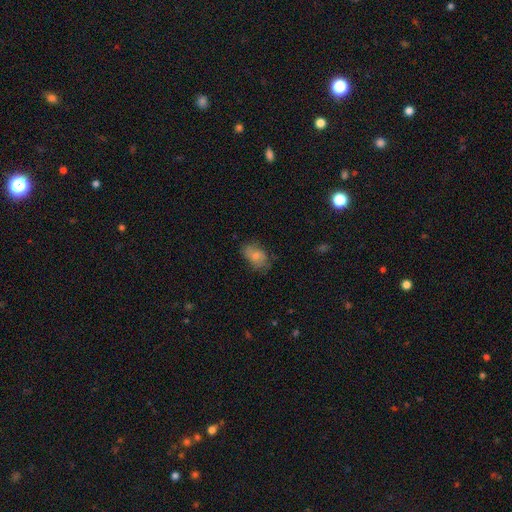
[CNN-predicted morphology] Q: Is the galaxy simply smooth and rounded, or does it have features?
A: smooth — 72%.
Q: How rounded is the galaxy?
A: in between — 86%.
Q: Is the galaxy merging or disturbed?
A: none — 60%.